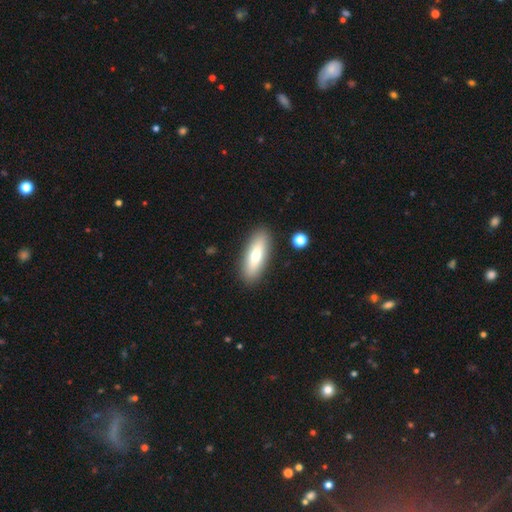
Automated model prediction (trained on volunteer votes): Overall: smooth (69%). How rounded: in between (60%; cigar-shaped 38%). Merging: none (88%).